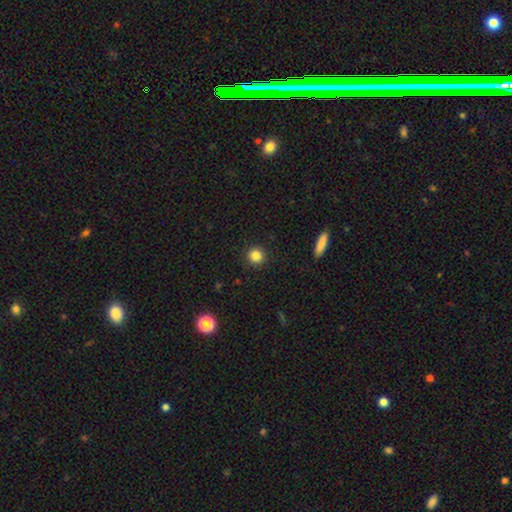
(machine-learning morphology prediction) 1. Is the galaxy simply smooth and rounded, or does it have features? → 85% smooth, 11% star or artifact, 4% featured or disk.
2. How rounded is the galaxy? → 93% round, 6% in between, 1% cigar-shaped.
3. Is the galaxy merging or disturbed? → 92% none, 5% minor disturbance, 2% major disturbance, 1% merger.